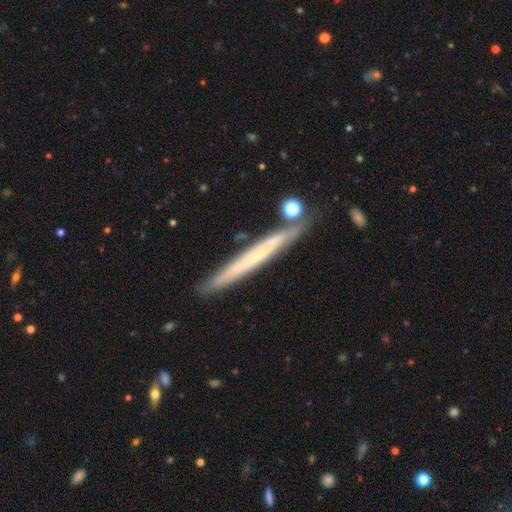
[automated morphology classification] Smooth or featured?
  - featured or disk: 54% *
  - smooth: 40%
  - star or artifact: 7%
Edge-on disk?
  - yes: 92% *
  - no: 8%
Merging?
  - none: 82% *
  - minor disturbance: 11%
  - merger: 4%
  - major disturbance: 2%